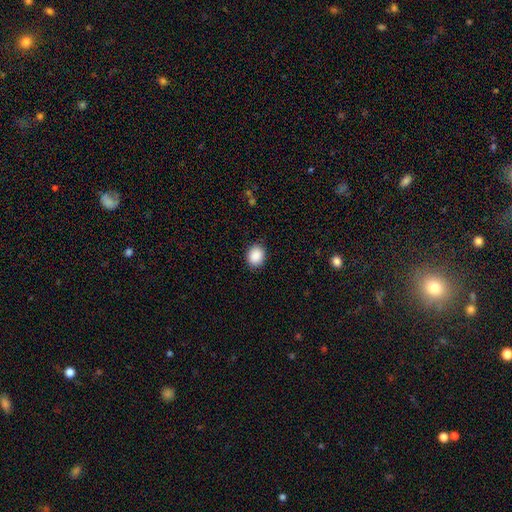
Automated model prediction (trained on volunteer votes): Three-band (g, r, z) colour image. It shows a smooth galaxy with no disk features (90%) that is round (54%). Merging: none (87%).